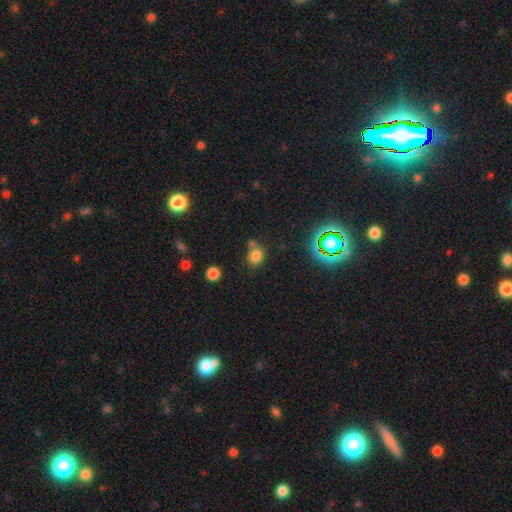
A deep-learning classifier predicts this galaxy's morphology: A smooth galaxy with no disk features (75%) that is round (68%).

Vote fractions:
- Smooth or featured? smooth: 75% / star or artifact: 18% / featured or disk: 7%
- How rounded? round: 68% / in between: 31% / cigar-shaped: 1%
- Merging? none: 58% / merger: 22% / minor disturbance: 15% / major disturbance: 6%